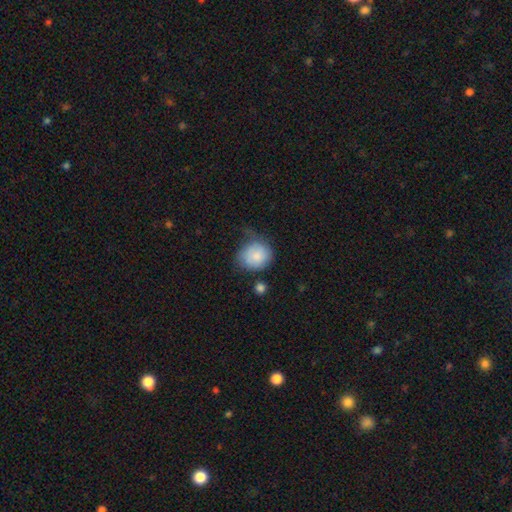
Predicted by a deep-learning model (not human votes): Smooth or featured?
  - smooth: 79% *
  - featured or disk: 13%
  - star or artifact: 7%
How rounded?
  - round: 76% *
  - in between: 23%
  - cigar-shaped: 1%
Merging?
  - none: 43% *
  - minor disturbance: 36%
  - major disturbance: 16%
  - merger: 6%